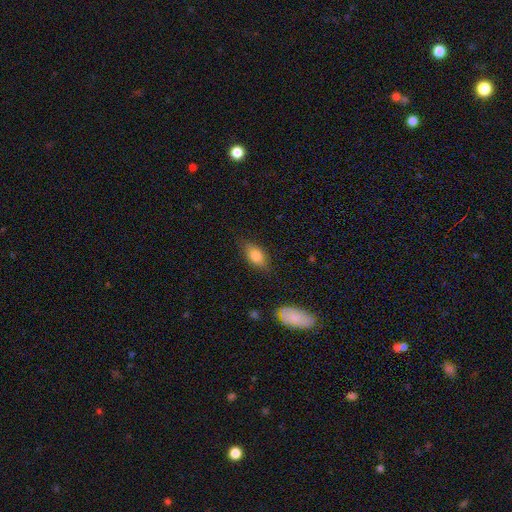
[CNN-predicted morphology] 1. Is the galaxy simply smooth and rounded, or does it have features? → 79% smooth, 13% featured or disk, 8% star or artifact.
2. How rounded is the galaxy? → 86% in between, 8% cigar-shaped, 6% round.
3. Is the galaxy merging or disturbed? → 78% none, 17% minor disturbance, 4% major disturbance, 1% merger.